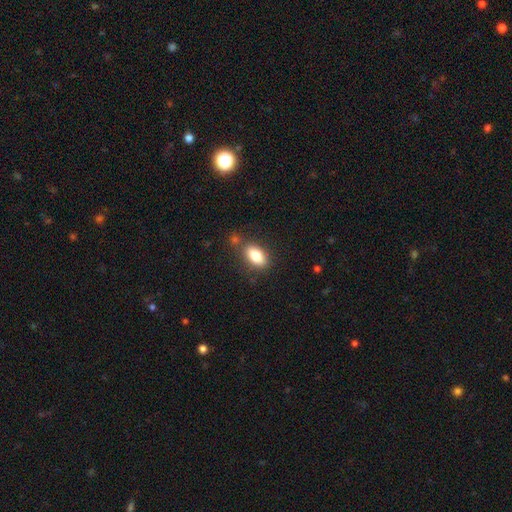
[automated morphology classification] Overall: smooth (81%). How rounded: in between (88%). Merging: none (76%).